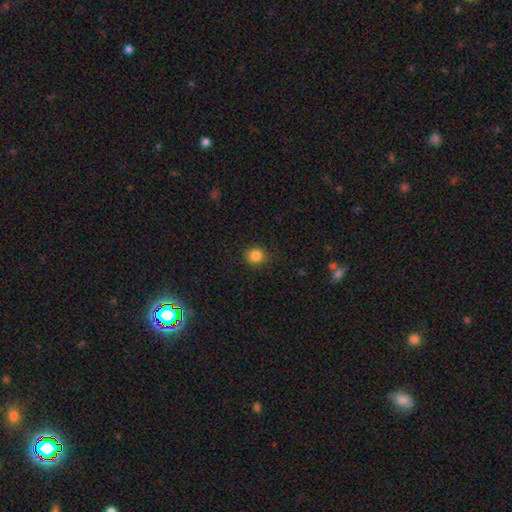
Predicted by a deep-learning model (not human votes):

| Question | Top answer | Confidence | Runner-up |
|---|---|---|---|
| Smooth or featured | smooth | 85% | star or artifact (11%) |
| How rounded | round | 89% | in between (10%) |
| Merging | none | 89% | minor disturbance (8%) |